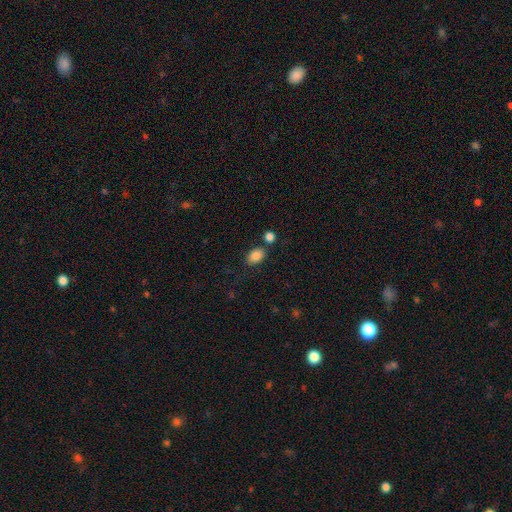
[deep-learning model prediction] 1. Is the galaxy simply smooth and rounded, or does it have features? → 86% smooth, 9% star or artifact, 5% featured or disk.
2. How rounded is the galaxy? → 81% in between, 18% round, 1% cigar-shaped.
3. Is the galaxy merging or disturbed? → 73% none, 12% minor disturbance, 11% merger, 4% major disturbance.